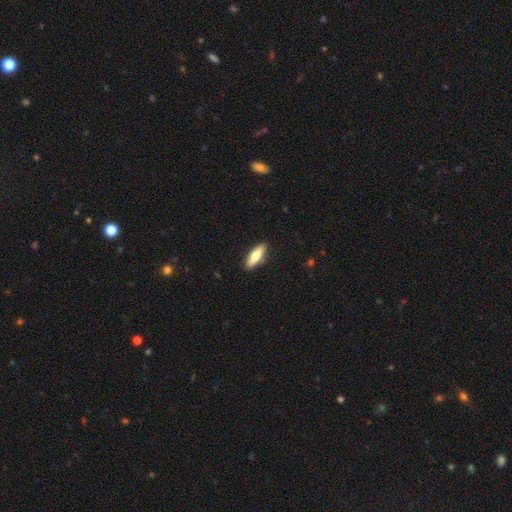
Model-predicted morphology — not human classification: Q: Smooth or featured?
A: smooth (67%); runner-up: featured or disk (28%)
Q: How rounded?
A: in between (51%); runner-up: cigar-shaped (47%)
Q: Merging?
A: none (89%); runner-up: minor disturbance (8%)